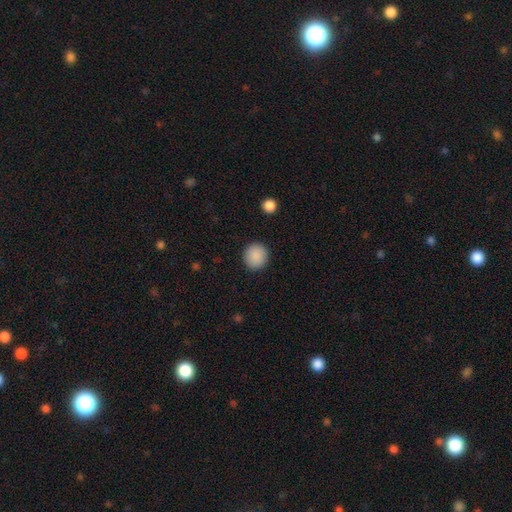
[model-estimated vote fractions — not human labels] smooth 90%, star or artifact 7%, featured or disk 3%. Down the decision tree: how rounded — round (92%); merging — none (92%).